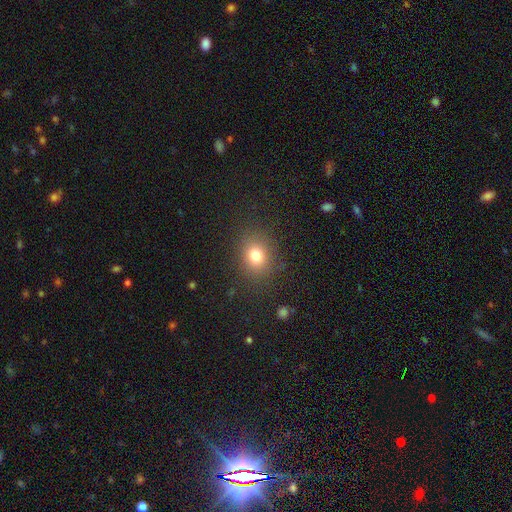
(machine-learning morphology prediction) A smooth galaxy with no disk features (78%) that is round (59%).

Vote fractions:
- Smooth or featured? smooth: 78% / star or artifact: 14% / featured or disk: 8%
- How rounded? round: 59% / in between: 40% / cigar-shaped: 1%
- Merging? none: 85% / minor disturbance: 10% / major disturbance: 4% / merger: 1%